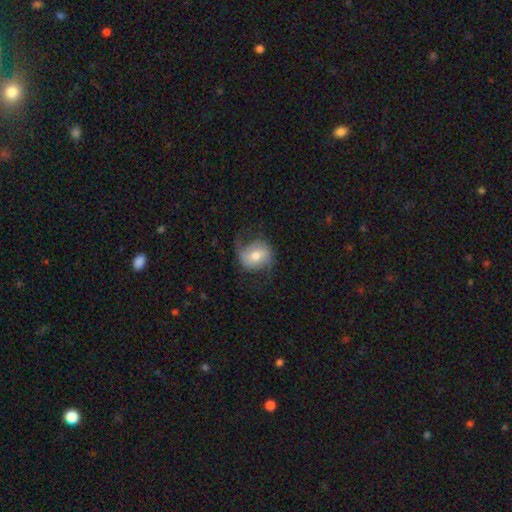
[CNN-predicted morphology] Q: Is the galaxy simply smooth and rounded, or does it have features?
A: featured or disk — 53%.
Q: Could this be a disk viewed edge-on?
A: no — 96%.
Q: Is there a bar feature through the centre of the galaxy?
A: no — 42%.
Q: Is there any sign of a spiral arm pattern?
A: yes — 85%.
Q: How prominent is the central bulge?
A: moderate — 65%.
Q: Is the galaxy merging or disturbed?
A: none — 63%.